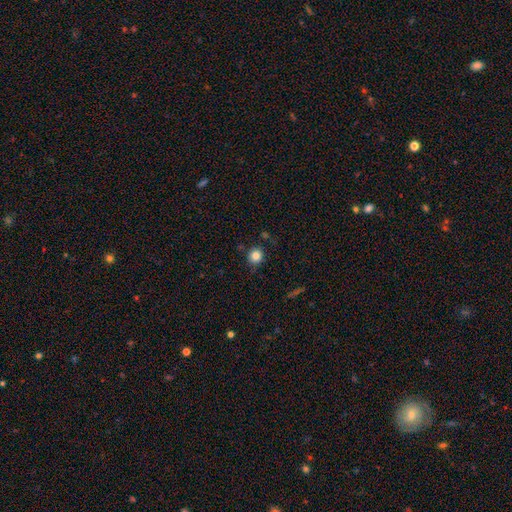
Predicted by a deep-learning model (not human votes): A smooth galaxy with no disk features (84%) that is round (89%). Merging: none (84%).